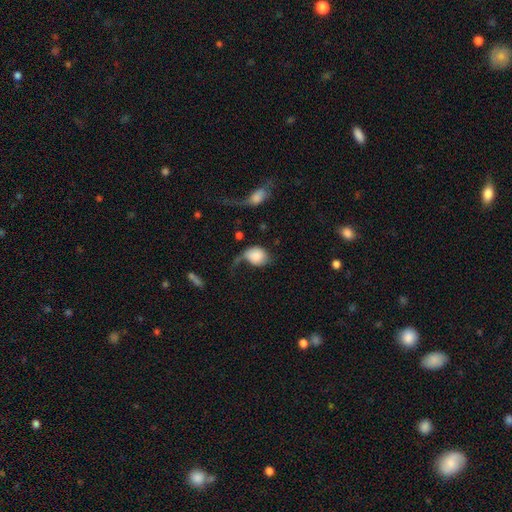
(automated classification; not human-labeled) Smooth or featured? Predicted: smooth (p=0.75). How rounded? Predicted: round (p=0.54). Merging? Predicted: major disturbance (p=0.40).